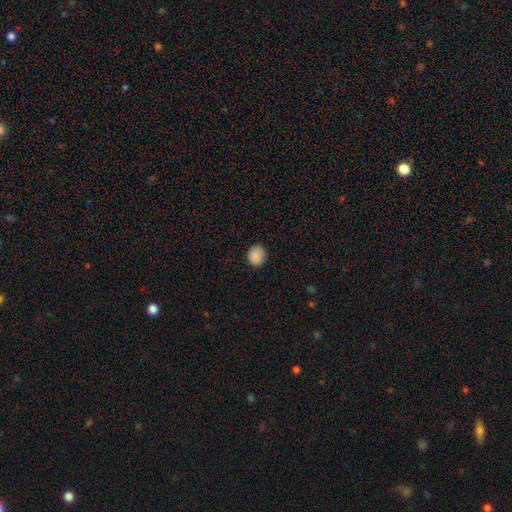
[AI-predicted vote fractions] smooth-or-featured: smooth: 88% | star or artifact: 9% | featured or disk: 3%
  how-rounded: round: 81% | in between: 18% | cigar-shaped: 1%
  merging: none: 88% | minor disturbance: 9% | major disturbance: 2% | merger: 1%